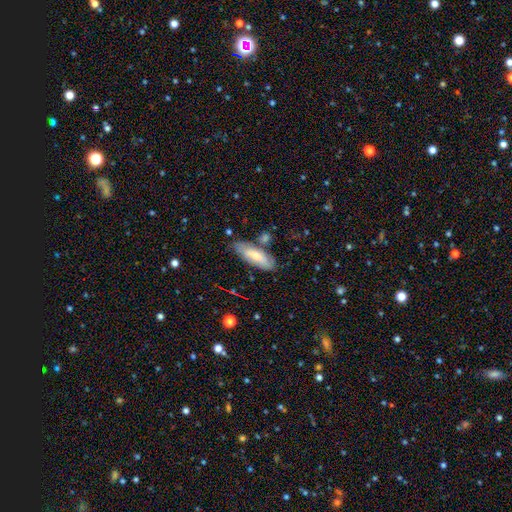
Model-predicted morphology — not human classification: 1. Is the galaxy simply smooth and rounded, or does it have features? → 65% smooth, 28% featured or disk, 6% star or artifact.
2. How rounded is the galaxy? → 59% in between, 40% cigar-shaped, 2% round.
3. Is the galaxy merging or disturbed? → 70% none, 18% minor disturbance, 8% merger, 4% major disturbance.